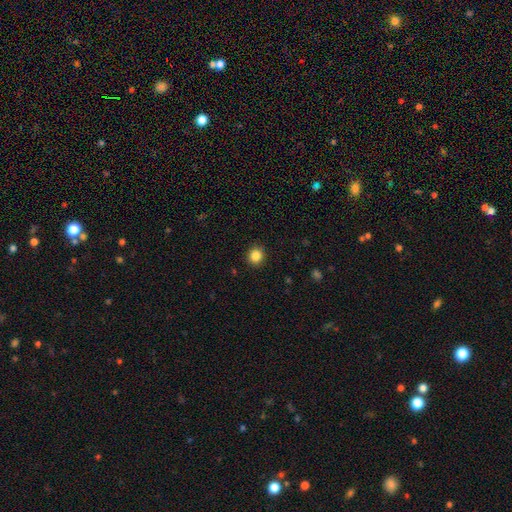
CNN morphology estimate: Smooth or featured? Predicted: smooth (p=0.85). How rounded? Predicted: round (p=0.88). Merging? Predicted: none (p=0.92).